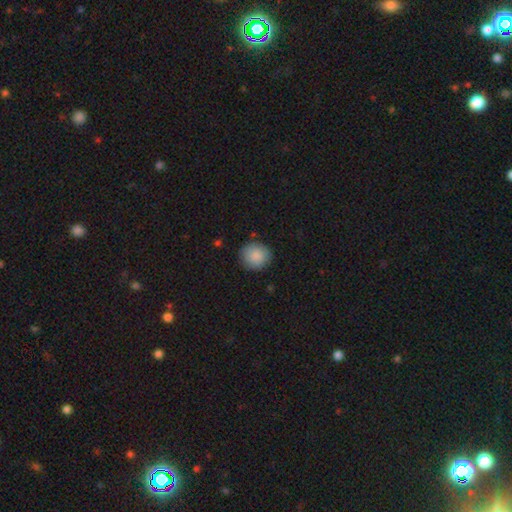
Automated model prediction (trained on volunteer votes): Smooth or featured? smooth (88%)
How rounded? round (88%)
Merging? none (85%)